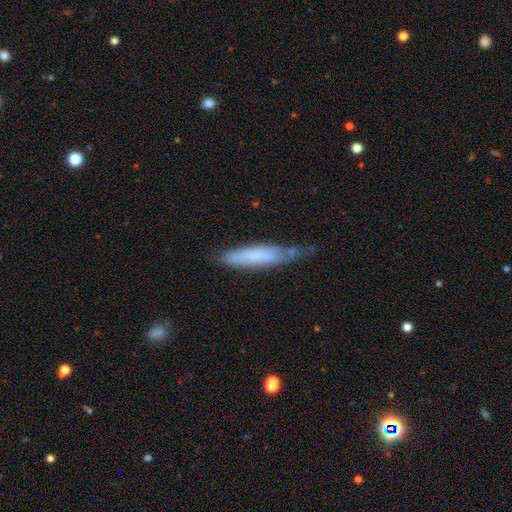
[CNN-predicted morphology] smooth_or_featured: smooth (p=0.70) [alt: featured or disk p=0.24]
how_rounded: cigar-shaped (p=0.86) [alt: in between p=0.13]
merging: none (p=0.50) [alt: minor disturbance p=0.35]